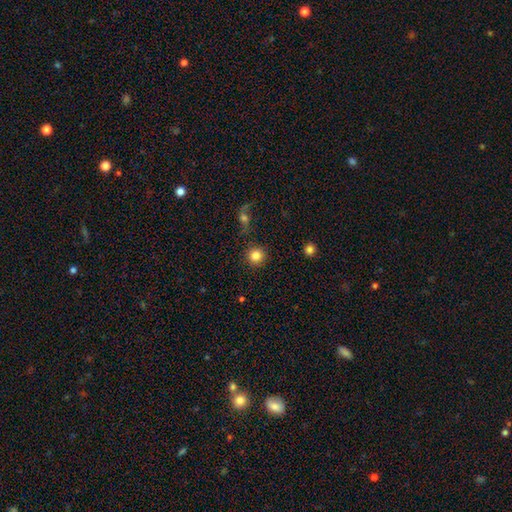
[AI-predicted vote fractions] This is clearly a smooth galaxy (84%). How rounded: clearly round (94%). Merging: clearly none (89%).